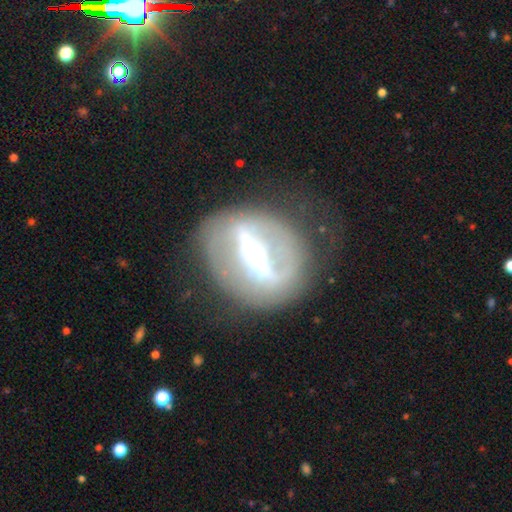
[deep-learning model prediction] featured or disk 77%, smooth 15%, star or artifact 8%. Down the decision tree: edge-on disk — no (79%); bar — strong (83%); spiral arms — no (65%); bulge size — moderate (46%); merging — none (70%).